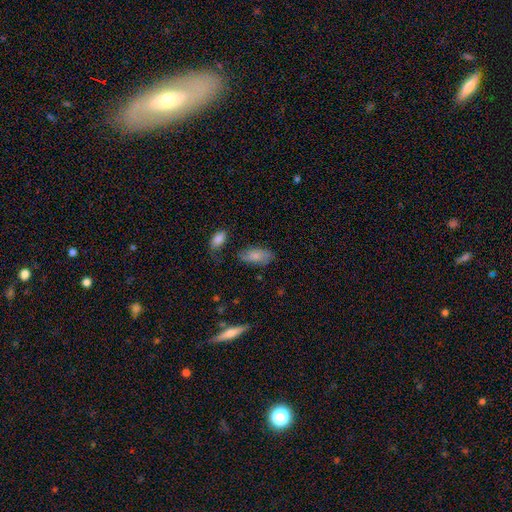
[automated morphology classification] Smooth or featured? smooth (76%)
How rounded? in between (90%)
Merging? none (66%)